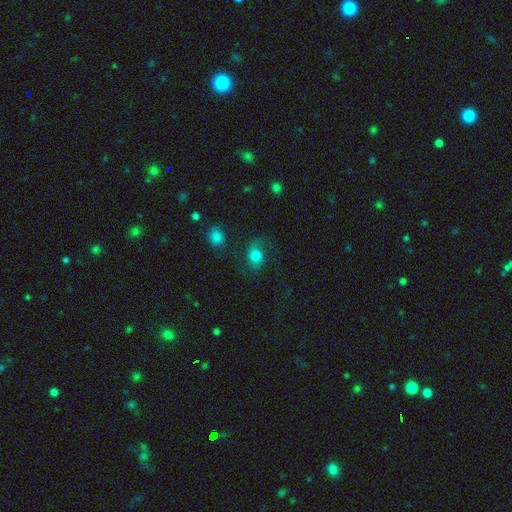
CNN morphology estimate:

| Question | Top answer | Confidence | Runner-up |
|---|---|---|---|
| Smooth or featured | smooth | 73% | featured or disk (15%) |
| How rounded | in between | 50% | round (49%) |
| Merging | none | 68% | minor disturbance (19%) |